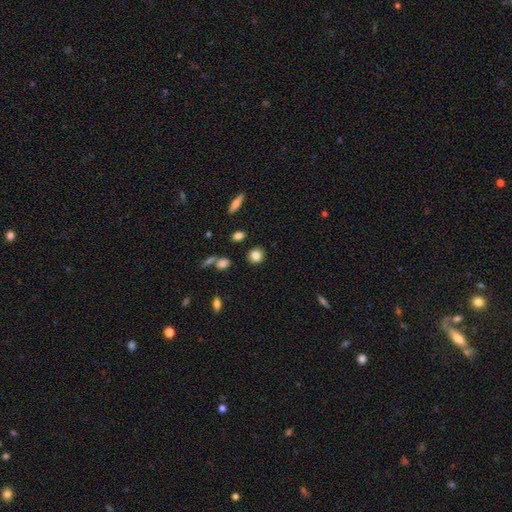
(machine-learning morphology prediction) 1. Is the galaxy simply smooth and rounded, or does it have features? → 84% smooth, 10% star or artifact, 6% featured or disk.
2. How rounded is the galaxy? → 83% round, 15% in between, 1% cigar-shaped.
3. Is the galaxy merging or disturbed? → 86% none, 8% minor disturbance, 4% merger, 2% major disturbance.